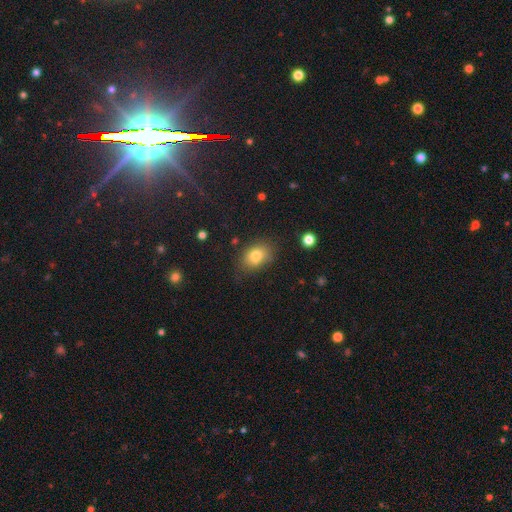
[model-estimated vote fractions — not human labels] Smooth or featured: smooth — 79% (star or artifact — 11%)
How rounded: in between — 69% (round — 30%)
Merging: none — 76% (minor disturbance — 18%)